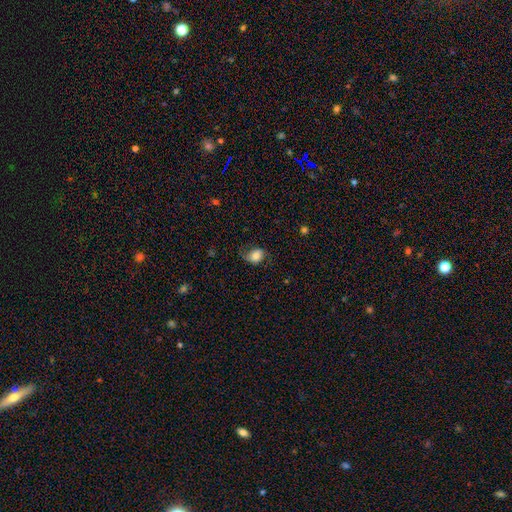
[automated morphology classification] Smooth or featured? smooth (66%)
How rounded? in between (59%)
Merging? none (63%)